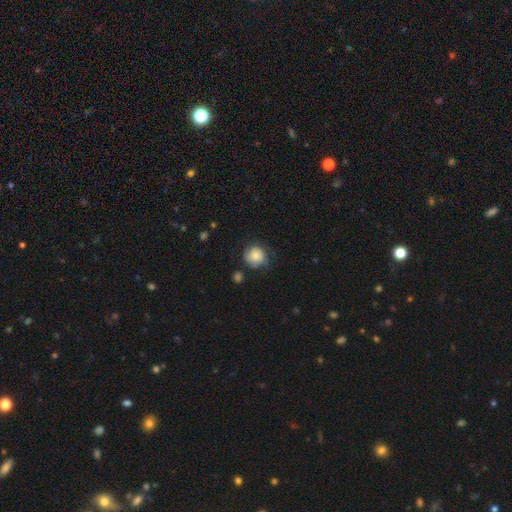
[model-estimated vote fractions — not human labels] The model was most divided on "merging": none: 61%, minor disturbance: 27%, major disturbance: 10%, merger: 3%. More confident: how rounded — round (84%); smooth or featured — smooth (72%).